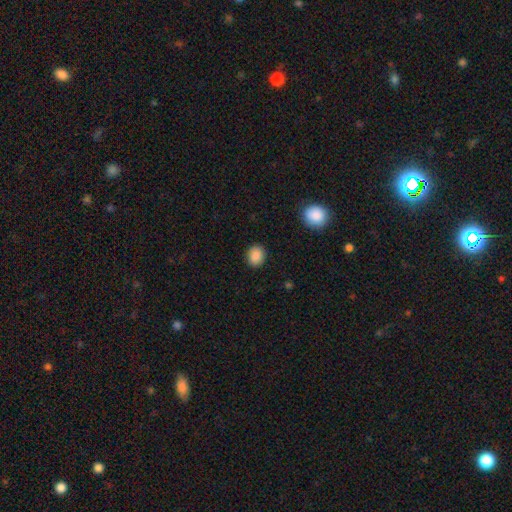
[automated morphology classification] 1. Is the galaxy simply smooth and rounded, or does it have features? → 88% smooth, 9% star or artifact, 3% featured or disk.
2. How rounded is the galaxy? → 67% round, 32% in between, 1% cigar-shaped.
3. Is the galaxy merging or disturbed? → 88% none, 8% minor disturbance, 2% major disturbance, 1% merger.